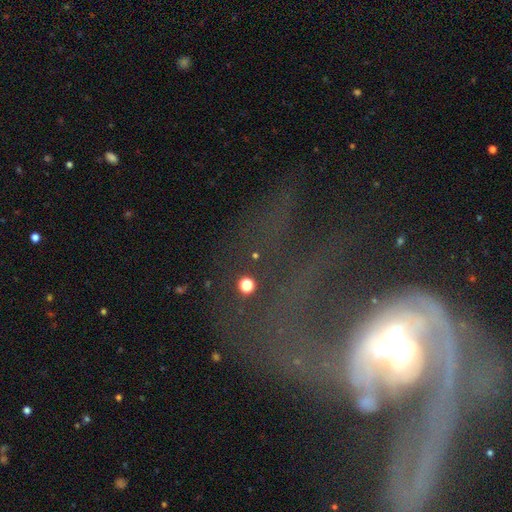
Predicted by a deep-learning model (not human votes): A star or artifact, not a galaxy (61%).